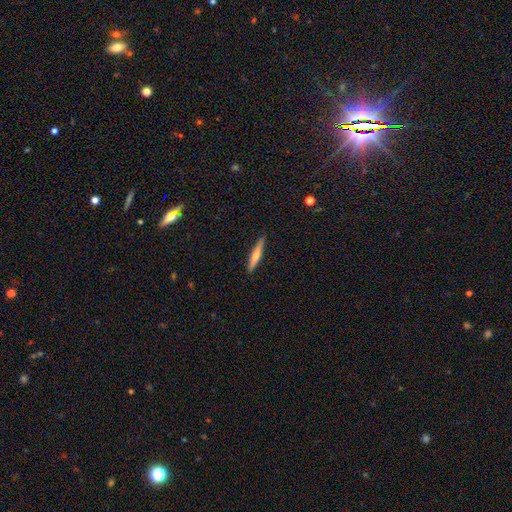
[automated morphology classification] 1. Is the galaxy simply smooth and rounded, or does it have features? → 52% featured or disk, 42% smooth, 6% star or artifact.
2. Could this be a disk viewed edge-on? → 96% yes, 4% no.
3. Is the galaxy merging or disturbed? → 90% none, 8% minor disturbance, 1% major disturbance, 1% merger.